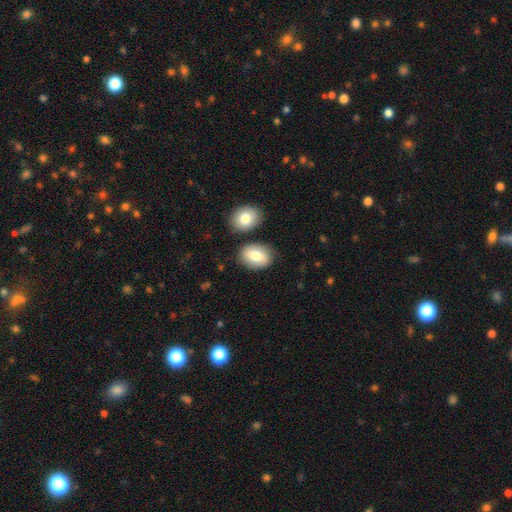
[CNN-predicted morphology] A smooth galaxy with no disk features (79%) that is in between round and cigar-shaped (77%).

Vote fractions:
- Smooth or featured? smooth: 79% / featured or disk: 14% / star or artifact: 7%
- How rounded? in between: 77% / round: 22% / cigar-shaped: 1%
- Merging? none: 75% / merger: 11% / minor disturbance: 11% / major disturbance: 3%